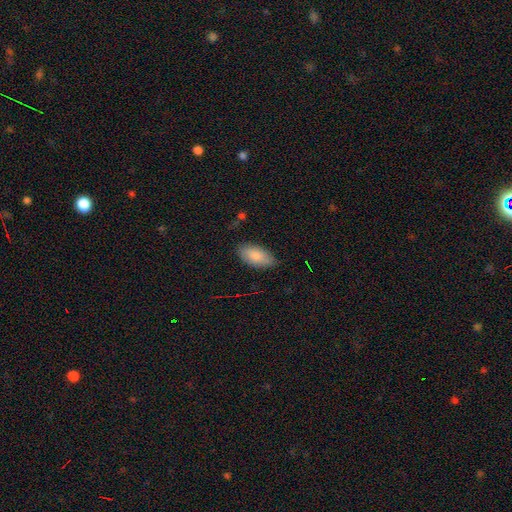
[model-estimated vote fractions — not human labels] The model was most divided on "merging": none: 79%, minor disturbance: 17%, major disturbance: 3%, merger: 1%. More confident: how rounded — in between (92%); smooth or featured — smooth (85%).